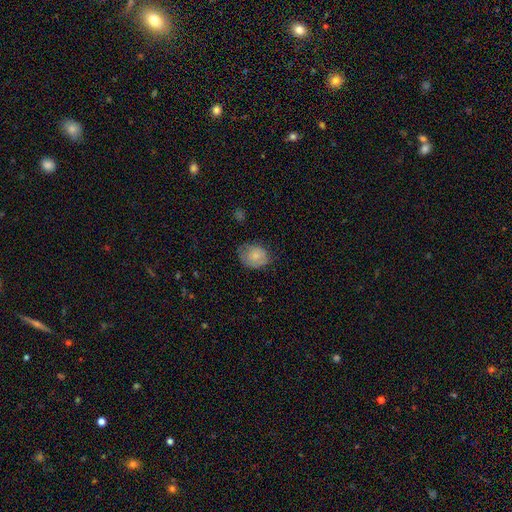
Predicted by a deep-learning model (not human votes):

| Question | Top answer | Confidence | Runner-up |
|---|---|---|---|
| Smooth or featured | smooth | 78% | featured or disk (15%) |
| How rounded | in between | 53% | round (46%) |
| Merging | none | 62% | minor disturbance (29%) |